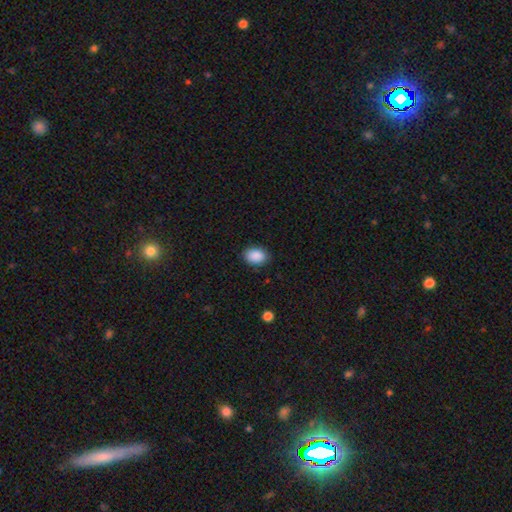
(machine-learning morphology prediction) This is clearly a smooth galaxy (90%). How rounded: likely in between (76%). Merging: clearly none (87%).